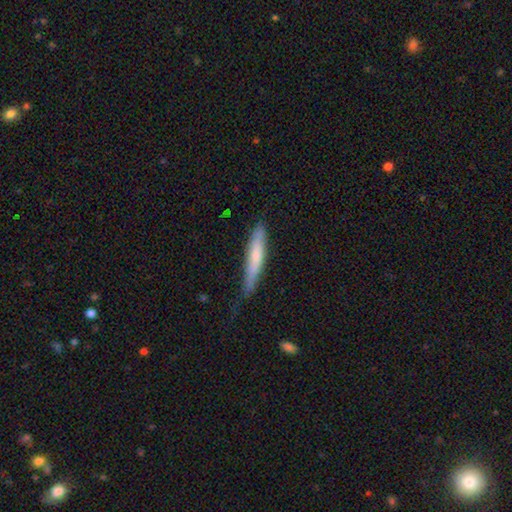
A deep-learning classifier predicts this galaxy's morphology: Smooth or featured? Predicted: smooth (p=0.63). How rounded? Predicted: cigar-shaped (p=0.91). Merging? Predicted: none (p=0.67).